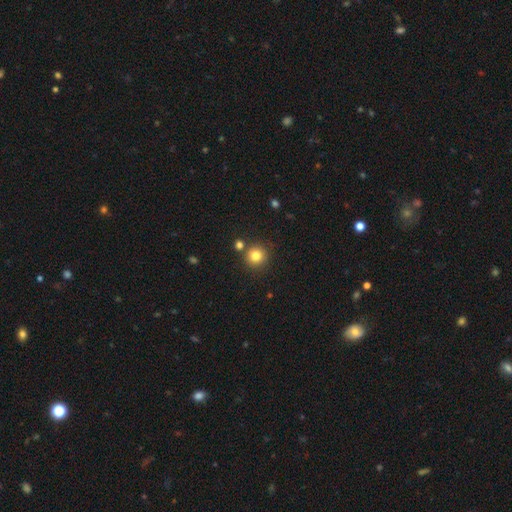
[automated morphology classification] Smooth or featured? Predicted: smooth (p=0.82). How rounded? Predicted: round (p=0.93). Merging? Predicted: none (p=0.80).